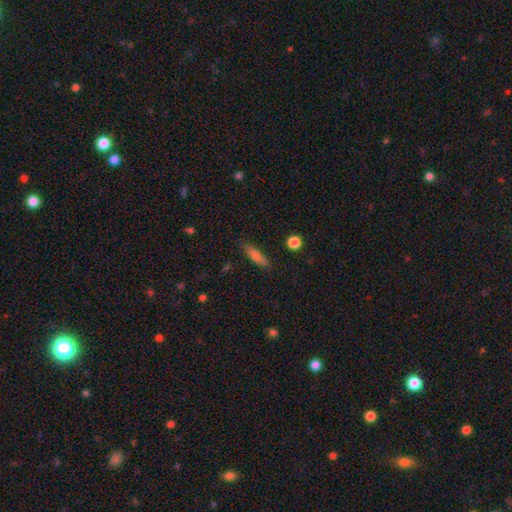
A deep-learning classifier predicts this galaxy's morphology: Smooth or featured?
  - smooth: 69% *
  - featured or disk: 23%
  - star or artifact: 8%
How rounded?
  - cigar-shaped: 74% *
  - in between: 23%
  - round: 3%
Merging?
  - none: 83% *
  - minor disturbance: 13%
  - major disturbance: 3%
  - merger: 2%